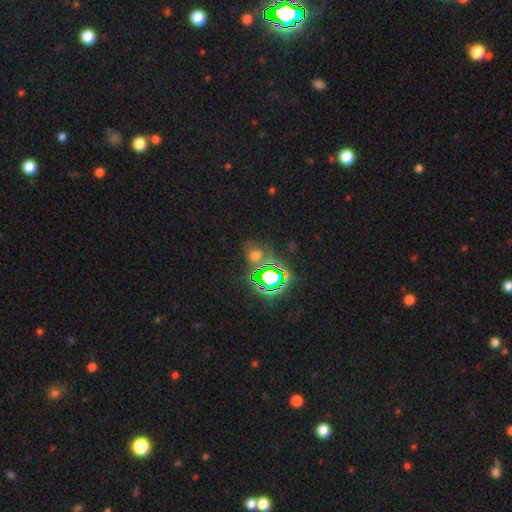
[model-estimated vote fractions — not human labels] A star or artifact, not a galaxy (55%).

Vote fractions:
- Smooth or featured? star or artifact: 55% / smooth: 33% / featured or disk: 11%